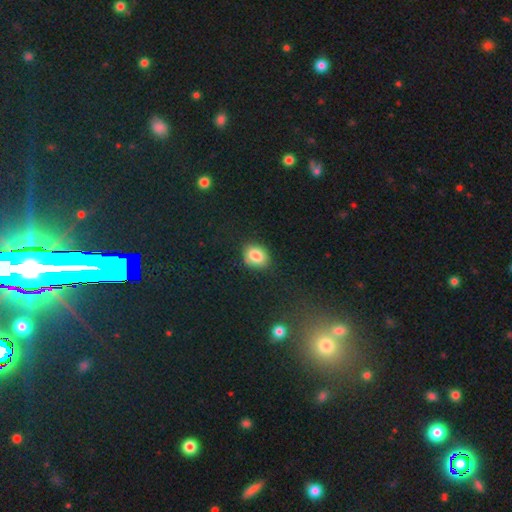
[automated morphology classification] Smooth or featured: smooth — 84% (star or artifact — 9%)
How rounded: in between — 56% (round — 43%)
Merging: none — 81% (minor disturbance — 14%)